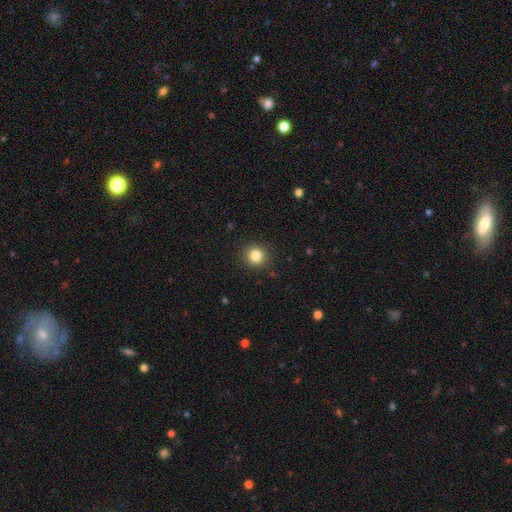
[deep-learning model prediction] smooth-or-featured: smooth: 84% | star or artifact: 11% | featured or disk: 5%
  how-rounded: round: 91% | in between: 8% | cigar-shaped: 1%
  merging: none: 90% | minor disturbance: 7% | major disturbance: 2% | merger: 1%